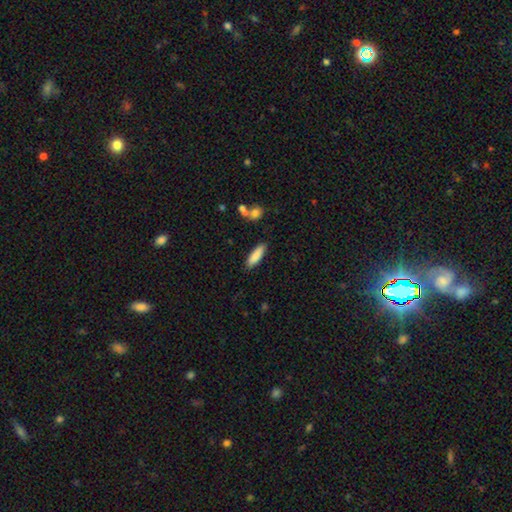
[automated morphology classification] The model was most divided on "how rounded": cigar-shaped: 57%, in between: 42%, round: 2%. More confident: smooth or featured — smooth (86%); merging — none (86%).